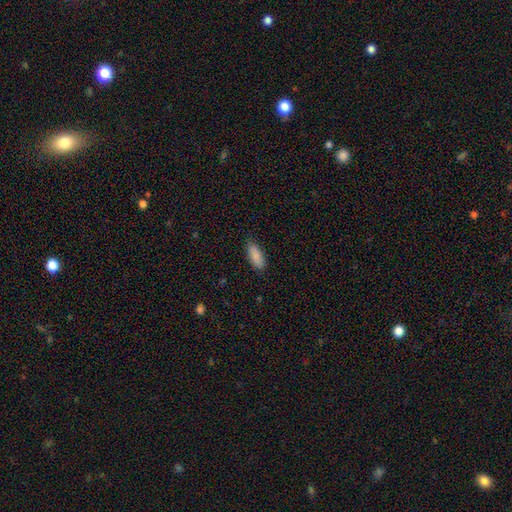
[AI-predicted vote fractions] smooth 88%, star or artifact 6%, featured or disk 6%. Down the decision tree: how rounded — in between (79%); merging — none (85%).